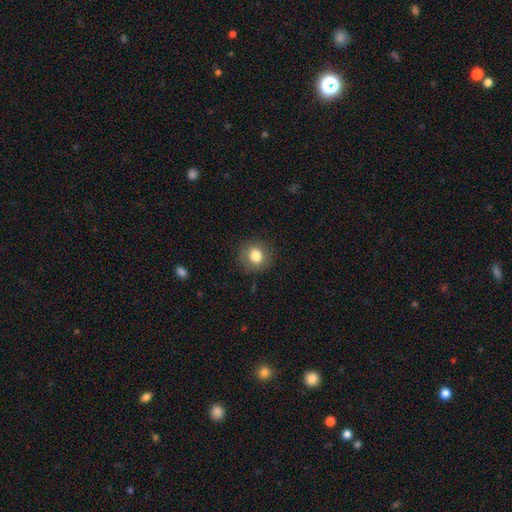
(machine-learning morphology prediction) A smooth galaxy with no disk features (81%) that is round (87%). Merging: none (86%).